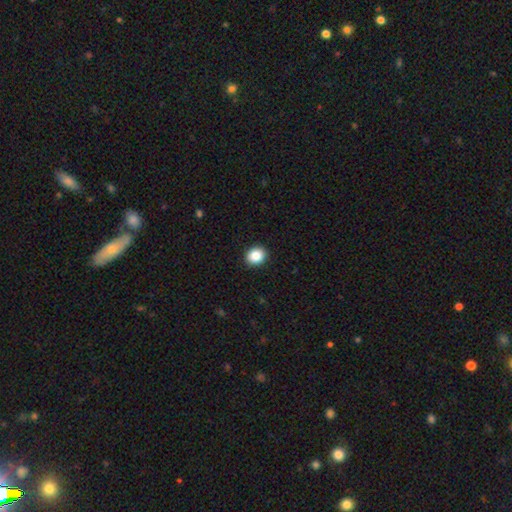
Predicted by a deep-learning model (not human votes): Q: Smooth or featured?
A: smooth (86%); runner-up: star or artifact (9%)
Q: How rounded?
A: round (65%); runner-up: in between (34%)
Q: Merging?
A: none (92%); runner-up: minor disturbance (5%)